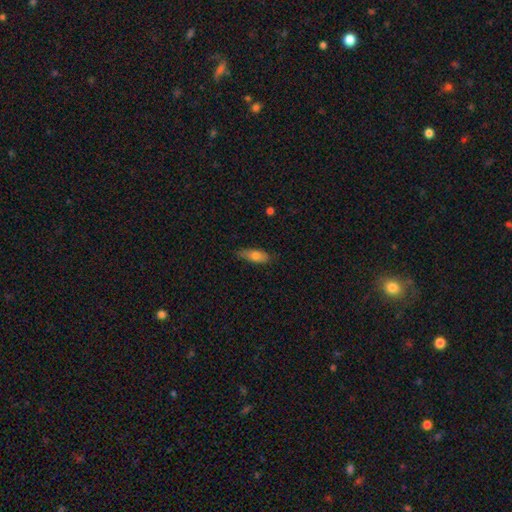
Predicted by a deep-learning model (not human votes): Smooth or featured? smooth (75%)
How rounded? in between (75%)
Merging? none (74%)